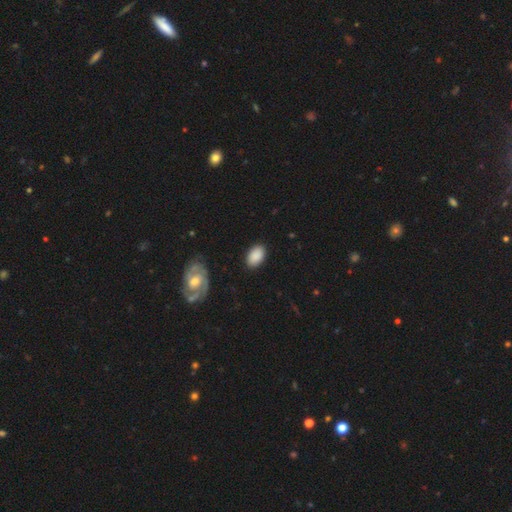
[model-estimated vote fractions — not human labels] smooth 87%, featured or disk 7%, star or artifact 6%. Down the decision tree: how rounded — in between (90%); merging — none (85%).